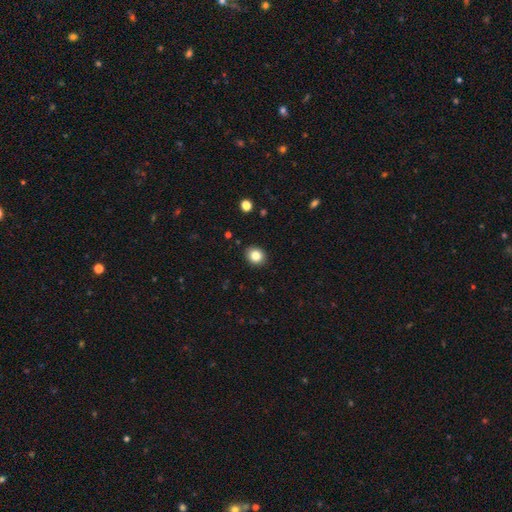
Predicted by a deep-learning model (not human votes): Smooth or featured: smooth — 84% (star or artifact — 10%)
How rounded: round — 73% (in between — 27%)
Merging: none — 90% (minor disturbance — 7%)